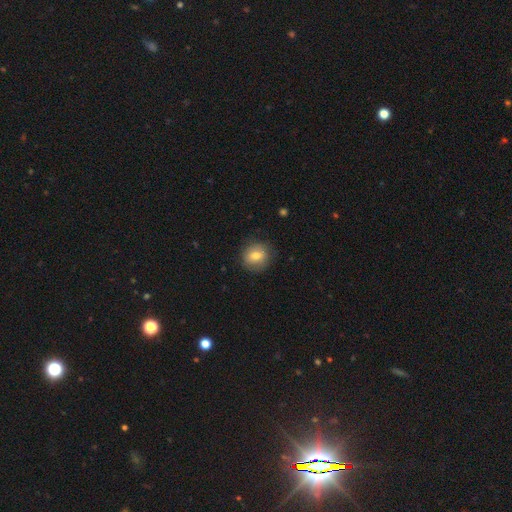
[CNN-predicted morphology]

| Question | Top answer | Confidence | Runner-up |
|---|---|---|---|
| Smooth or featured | smooth | 72% | featured or disk (19%) |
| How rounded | round | 79% | in between (20%) |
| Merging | none | 84% | minor disturbance (11%) |